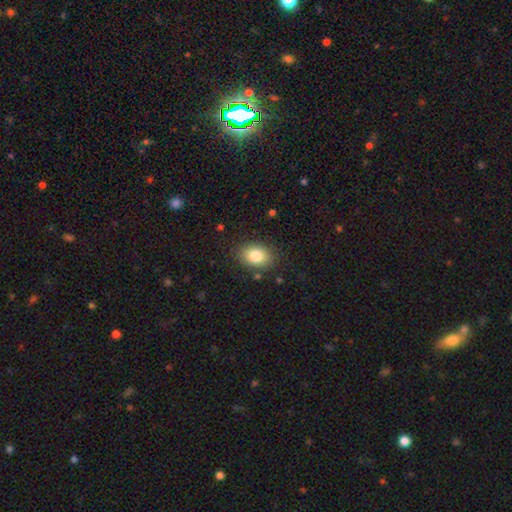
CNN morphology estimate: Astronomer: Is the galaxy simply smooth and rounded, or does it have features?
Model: smooth — 83%.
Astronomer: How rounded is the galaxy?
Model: in between — 77%.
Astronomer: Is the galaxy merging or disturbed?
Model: none — 84%.